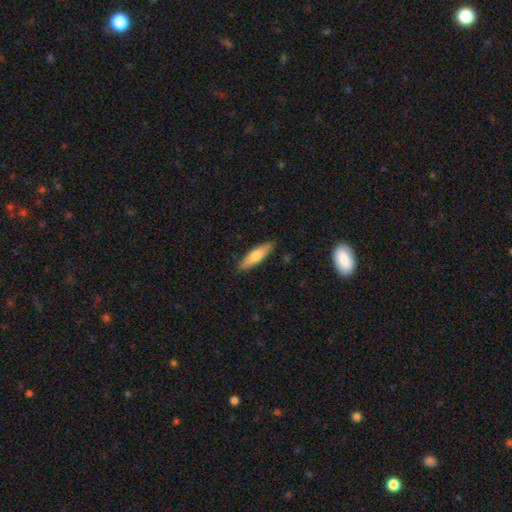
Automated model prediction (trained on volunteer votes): Overall: smooth (67%; featured or disk 27%). How rounded: cigar-shaped (71%). Merging: none (89%).